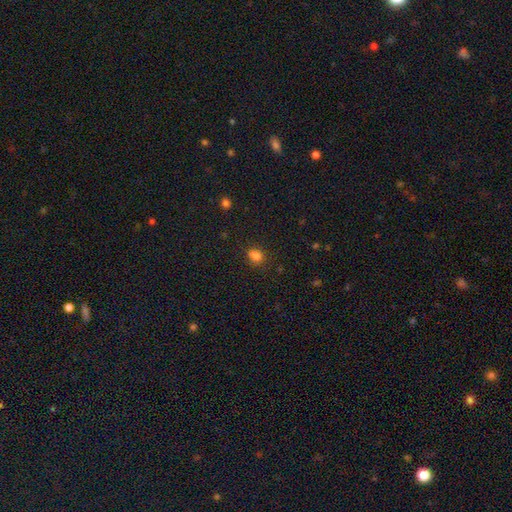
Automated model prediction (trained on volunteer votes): A smooth galaxy with no disk features (79%) that is in between round and cigar-shaped (53%).

Vote fractions:
- Smooth or featured? smooth: 79% / star or artifact: 16% / featured or disk: 5%
- How rounded? in between: 53% / round: 45% / cigar-shaped: 2%
- Merging? none: 70% / minor disturbance: 18% / merger: 7% / major disturbance: 5%